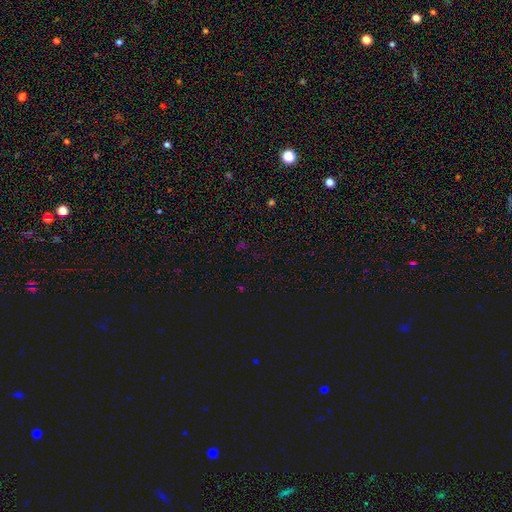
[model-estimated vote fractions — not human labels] A star or artifact, not a galaxy (65%).